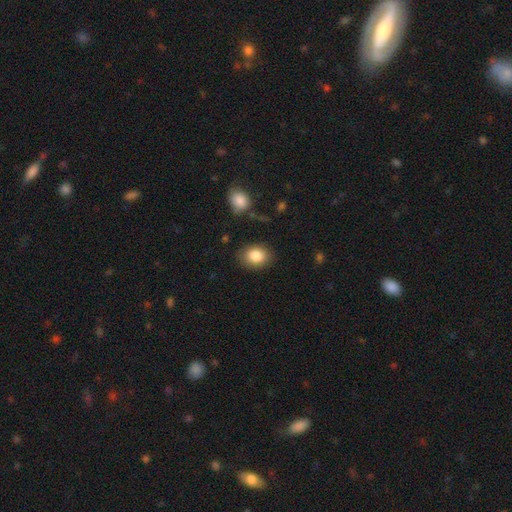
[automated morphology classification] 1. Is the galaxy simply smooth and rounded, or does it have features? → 85% smooth, 8% star or artifact, 7% featured or disk.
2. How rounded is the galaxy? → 61% in between, 38% round, 1% cigar-shaped.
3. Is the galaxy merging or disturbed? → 85% none, 10% minor disturbance, 3% major disturbance, 2% merger.